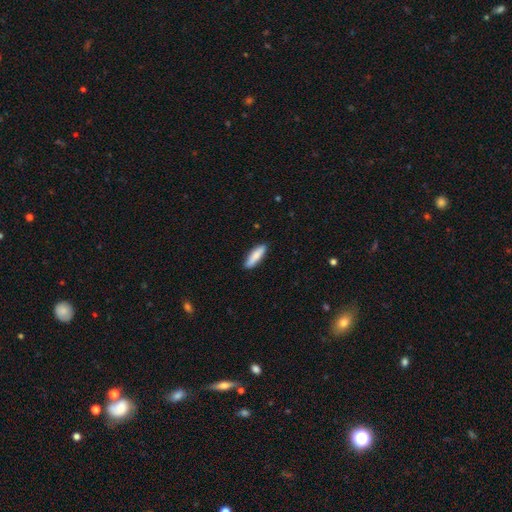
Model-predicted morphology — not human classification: smooth-or-featured: smooth: 82% | featured or disk: 13% | star or artifact: 5%
  how-rounded: cigar-shaped: 65% | in between: 34% | round: 2%
  merging: none: 88% | minor disturbance: 9% | major disturbance: 2% | merger: 1%